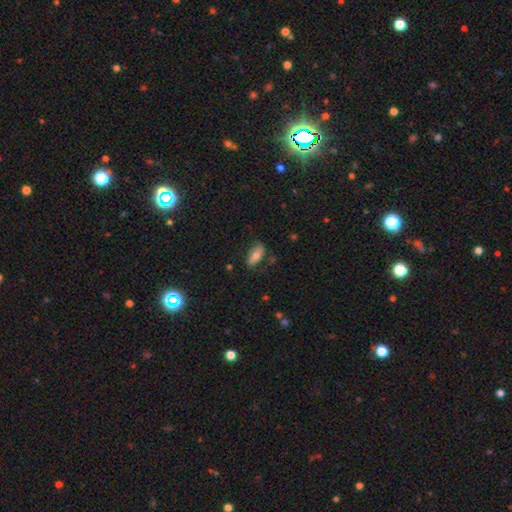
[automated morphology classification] Smooth or featured? Predicted: smooth (p=0.66). How rounded? Predicted: in between (p=0.78). Merging? Predicted: none (p=0.73).